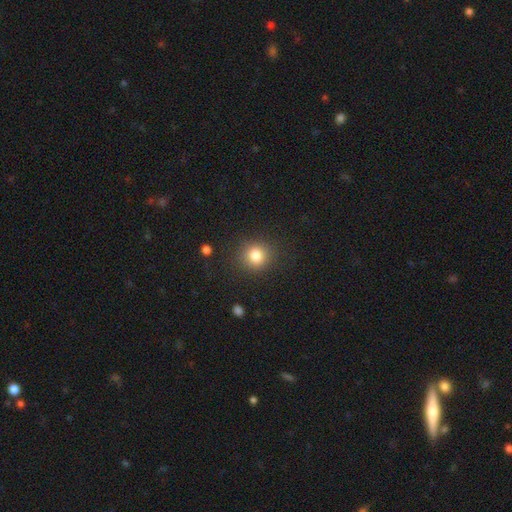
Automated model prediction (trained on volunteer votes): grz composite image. It shows a smooth galaxy with no disk features (82%) that is round (86%). Merging: none (87%).